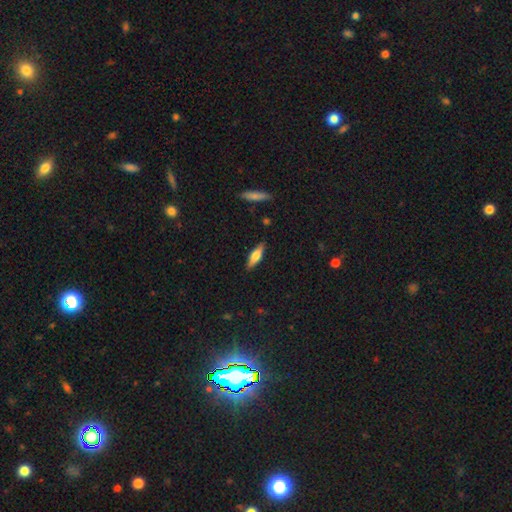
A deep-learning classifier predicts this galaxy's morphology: smooth_or_featured: smooth (p=0.55) [alt: featured or disk p=0.39]
how_rounded: cigar-shaped (p=0.54) [alt: in between p=0.44]
merging: none (p=0.88) [alt: minor disturbance p=0.09]